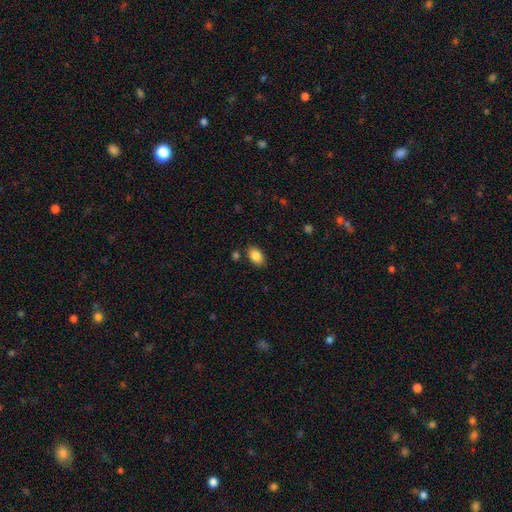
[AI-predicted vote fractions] smooth 86%, star or artifact 8%, featured or disk 6%. Down the decision tree: how rounded — in between (87%); merging — none (83%).